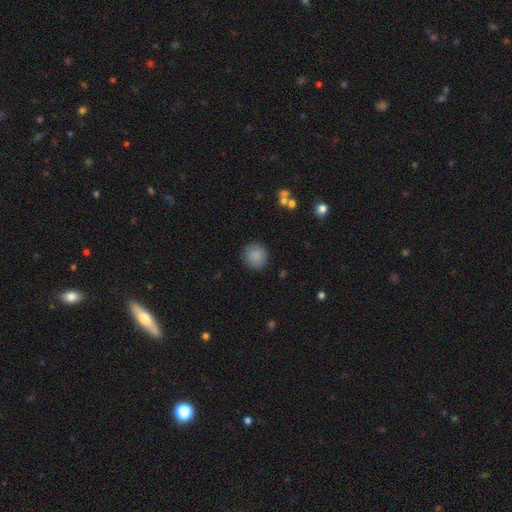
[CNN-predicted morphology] smooth_or_featured: smooth (p=0.87) [alt: star or artifact p=0.08]
how_rounded: round (p=0.94) [alt: in between p=0.05]
merging: none (p=0.90) [alt: minor disturbance p=0.06]